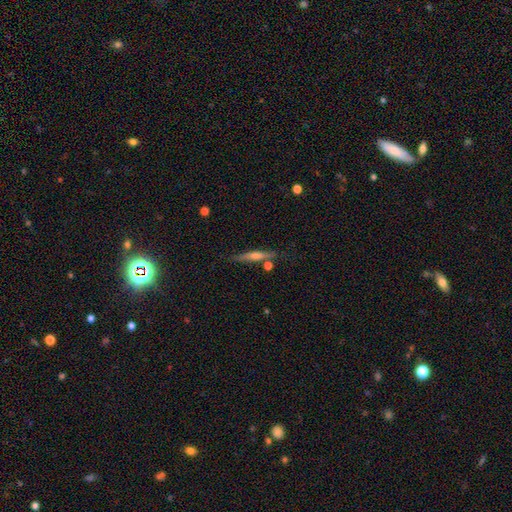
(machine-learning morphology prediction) A featured or disk galaxy (64%) viewed edge-on (96%) with a rounded central bulge (71%). Merging: none (81%).